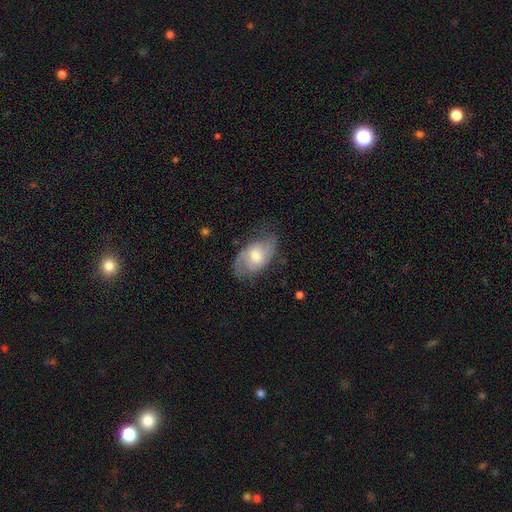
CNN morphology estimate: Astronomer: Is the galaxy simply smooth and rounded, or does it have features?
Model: featured or disk — 60%.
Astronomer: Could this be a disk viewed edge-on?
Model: no — 94%.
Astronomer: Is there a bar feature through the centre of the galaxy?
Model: no — 50% (runner-up: weak, 42%).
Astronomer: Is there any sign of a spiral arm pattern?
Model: yes — 84%.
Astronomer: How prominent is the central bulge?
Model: moderate — 59%.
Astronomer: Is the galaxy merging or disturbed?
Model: none — 65%.